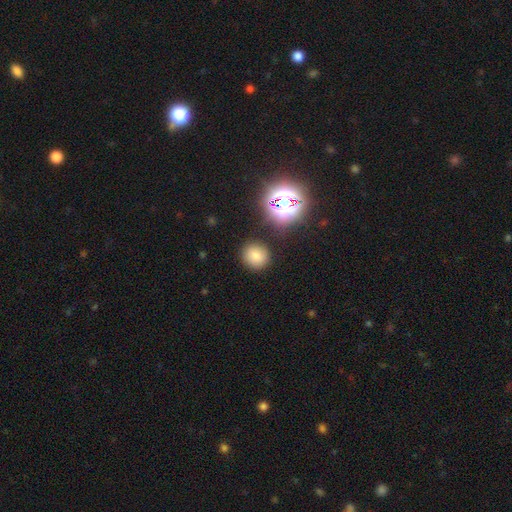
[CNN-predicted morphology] smooth 73%, star or artifact 19%, featured or disk 9%. Down the decision tree: how rounded — round (88%); merging — none (86%).